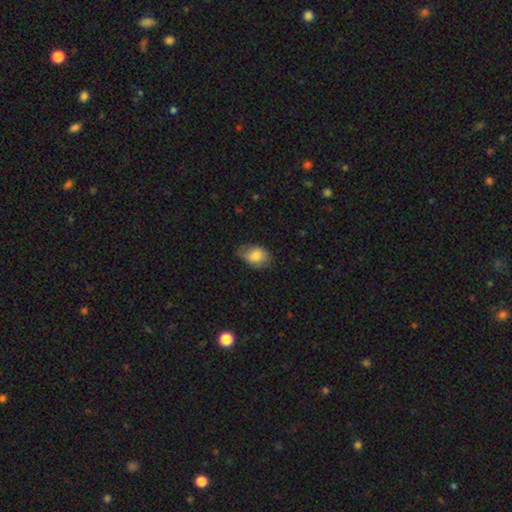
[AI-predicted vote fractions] Smooth or featured: smooth — 78% (featured or disk — 14%)
How rounded: in between — 79% (round — 20%)
Merging: none — 61% (minor disturbance — 30%)